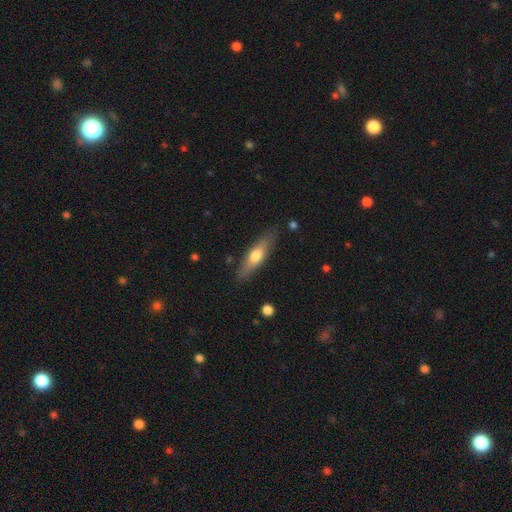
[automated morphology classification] Overall: smooth (57%; featured or disk 38%). How rounded: cigar-shaped (65%; in between 33%). Merging: none (84%).